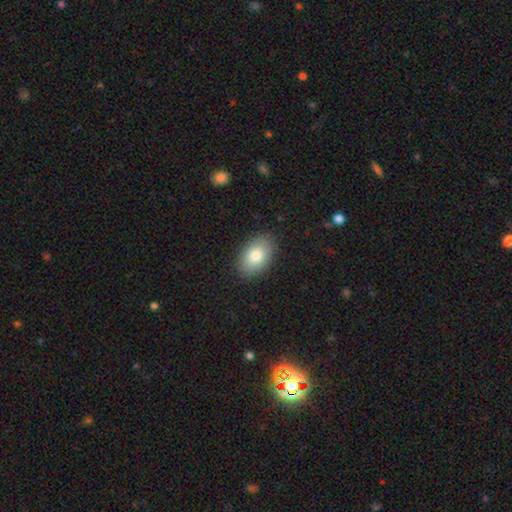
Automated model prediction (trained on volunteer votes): smooth_or_featured: smooth (p=0.81) [alt: featured or disk p=0.11]
how_rounded: in between (p=0.90) [alt: round p=0.09]
merging: none (p=0.87) [alt: minor disturbance p=0.09]